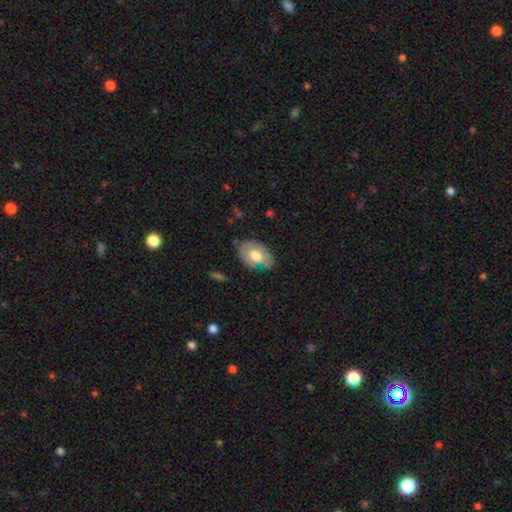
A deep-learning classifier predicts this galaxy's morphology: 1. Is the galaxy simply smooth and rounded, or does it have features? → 61% smooth, 33% featured or disk, 6% star or artifact.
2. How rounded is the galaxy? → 87% in between, 12% round, 1% cigar-shaped.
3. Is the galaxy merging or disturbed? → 75% none, 19% minor disturbance, 4% major disturbance, 2% merger.